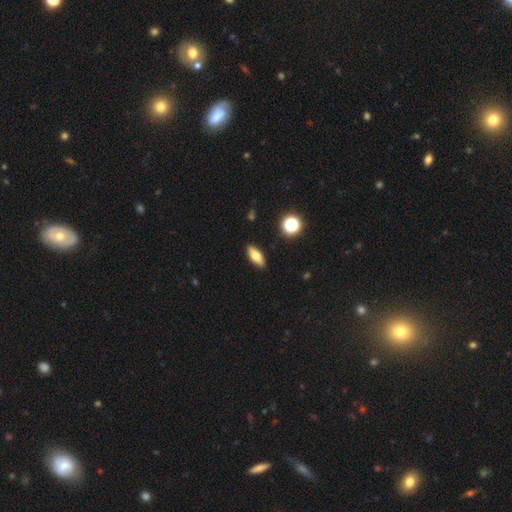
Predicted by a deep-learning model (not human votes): A smooth galaxy with no disk features (70%) that is in between round and cigar-shaped (71%). Merging: none (89%).